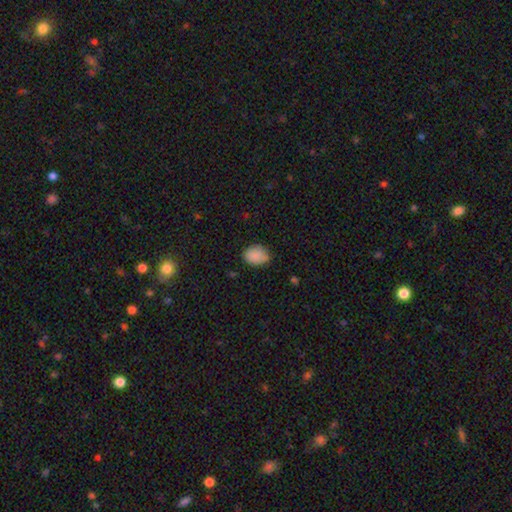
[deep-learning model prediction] Overall: smooth (87%). How rounded: in between (60%; round 39%). Merging: none (72%).